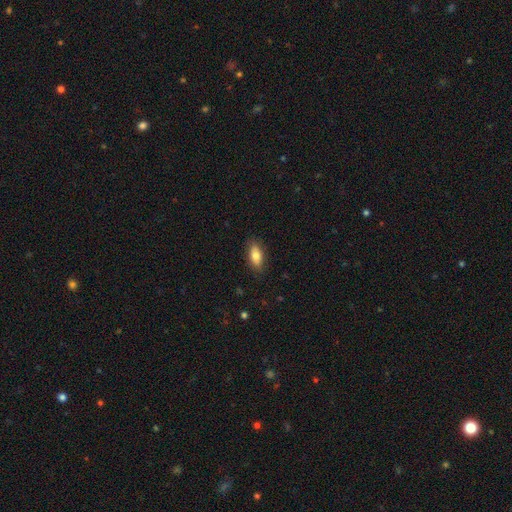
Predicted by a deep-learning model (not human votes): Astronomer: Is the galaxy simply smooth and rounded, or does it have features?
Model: smooth — 78%.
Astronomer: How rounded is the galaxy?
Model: in between — 84%.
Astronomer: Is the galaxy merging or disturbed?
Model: none — 84%.